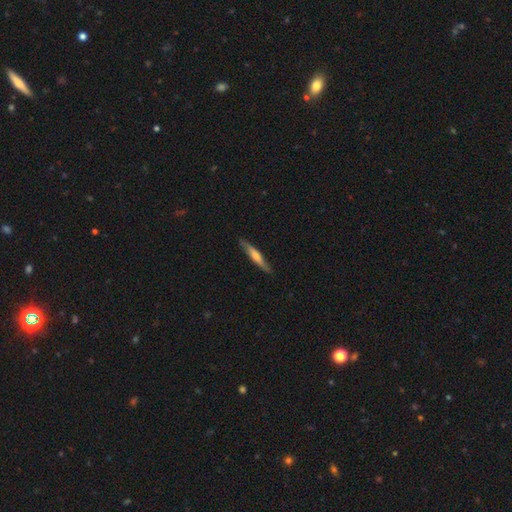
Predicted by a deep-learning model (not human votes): Overall: featured or disk (52%; smooth 42%). Edge-on disk: yes (90%). Merging: none (85%).